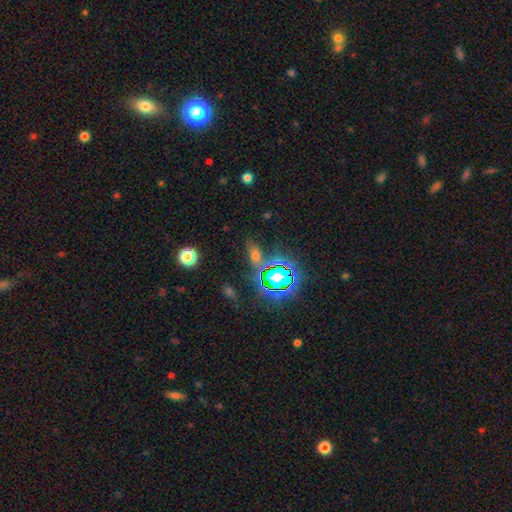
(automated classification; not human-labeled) Smooth or featured?
  - smooth: 45% *
  - star or artifact: 44%
  - featured or disk: 12%
Merging?
  - none: 71% *
  - minor disturbance: 14%
  - merger: 8%
  - major disturbance: 7%